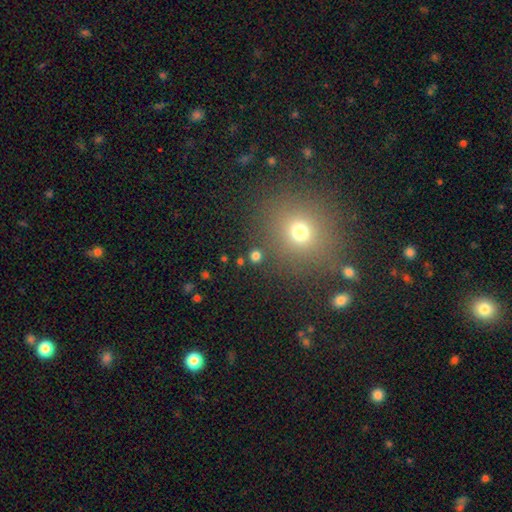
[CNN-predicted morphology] Q: Smooth or featured?
A: smooth (74%); runner-up: star or artifact (20%)
Q: How rounded?
A: round (89%); runner-up: in between (10%)
Q: Merging?
A: none (86%); runner-up: merger (6%)